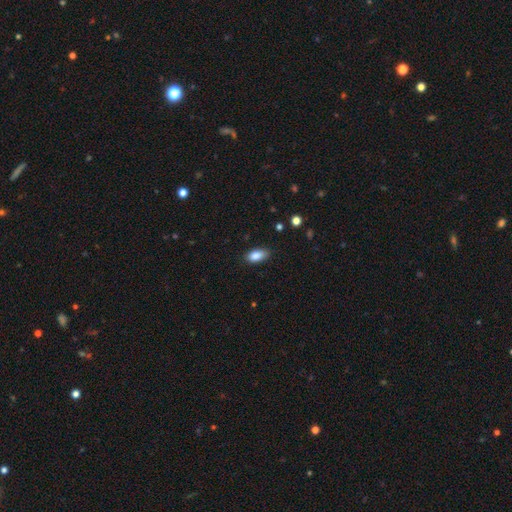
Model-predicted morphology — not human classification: This is clearly a smooth galaxy (87%). How rounded: clearly in between (90%). Merging: clearly none (83%).